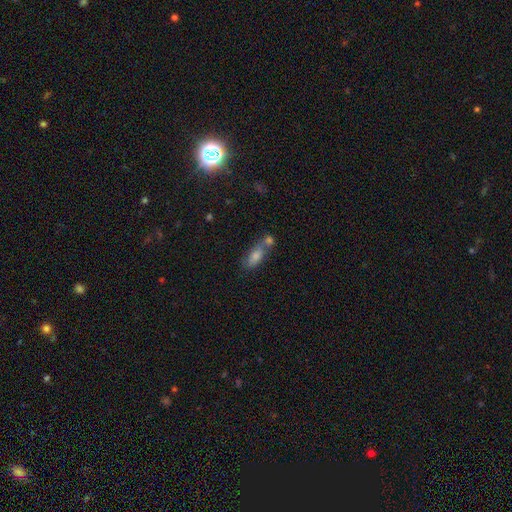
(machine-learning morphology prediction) The model was most divided on "merging": none: 41%, merger: 40%, minor disturbance: 13%, major disturbance: 6%. More confident: how rounded — in between (73%); smooth or featured — smooth (65%).